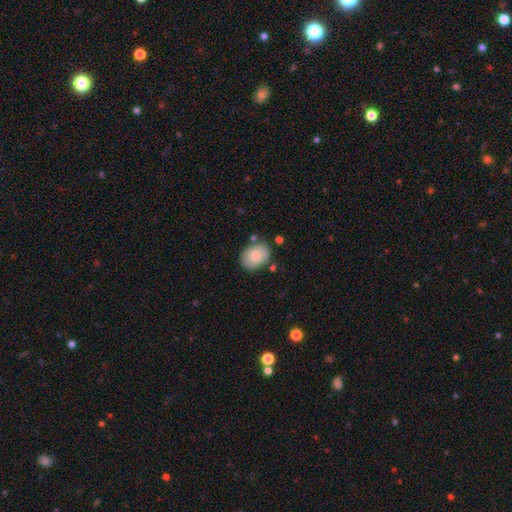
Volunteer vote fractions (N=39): Morphology: type=smooth (85%); roundness=in between (88%); merging=none (81%).